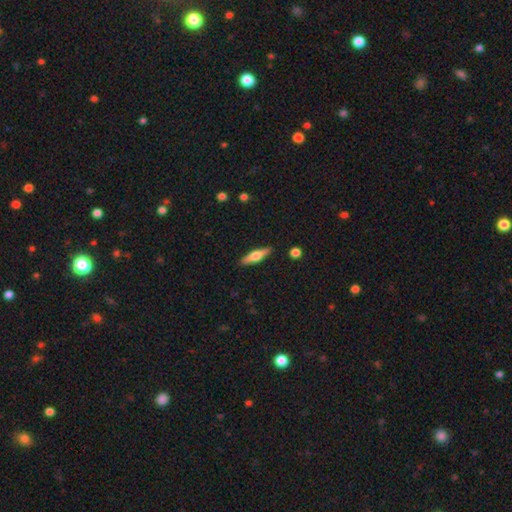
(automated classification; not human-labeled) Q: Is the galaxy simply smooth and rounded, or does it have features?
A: featured or disk — 50%.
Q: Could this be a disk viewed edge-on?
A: yes — 93%.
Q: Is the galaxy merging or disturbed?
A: none — 90%.